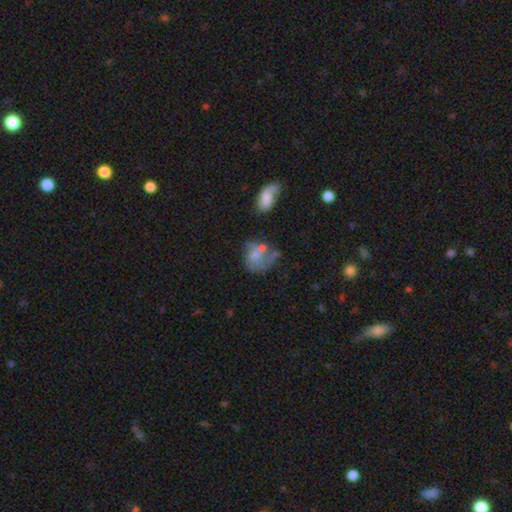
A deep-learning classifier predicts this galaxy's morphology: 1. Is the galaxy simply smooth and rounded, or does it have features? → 47% smooth, 40% featured or disk, 13% star or artifact.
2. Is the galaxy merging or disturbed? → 29% none (tied), 29% major disturbance (tied), 21% minor disturbance, 21% merger.